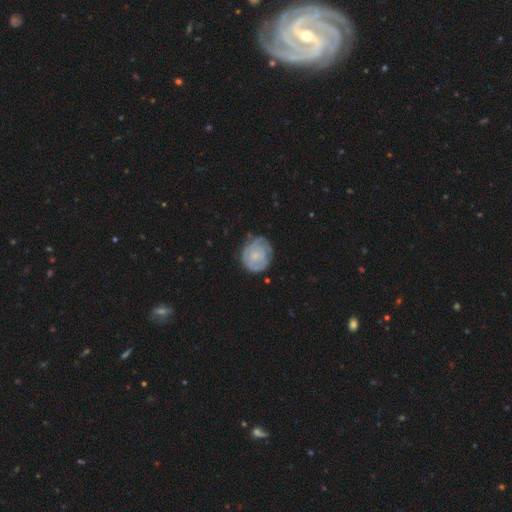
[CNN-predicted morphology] Q: Smooth or featured?
A: featured or disk (59%); runner-up: smooth (35%)
Q: Edge-on disk?
A: no (98%); runner-up: yes (2%)
Q: Bar?
A: no (82%); runner-up: weak (16%)
Q: Spiral arms?
A: yes (77%); runner-up: no (23%)
Q: Bulge size?
A: small (70%); runner-up: moderate (19%)
Q: Merging?
A: none (68%); runner-up: minor disturbance (23%)